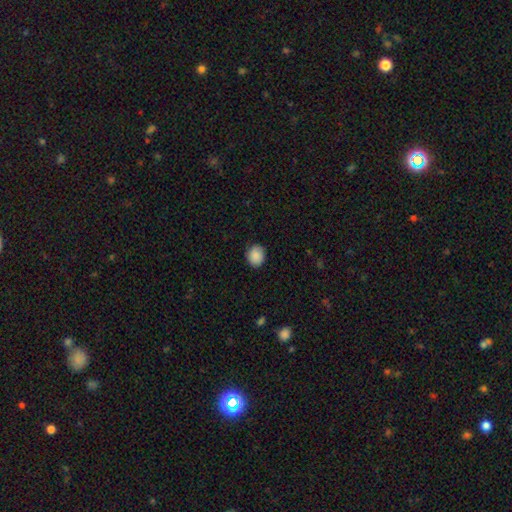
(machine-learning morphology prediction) This is clearly a smooth galaxy (88%). How rounded: likely round (71%). Merging: clearly none (87%).